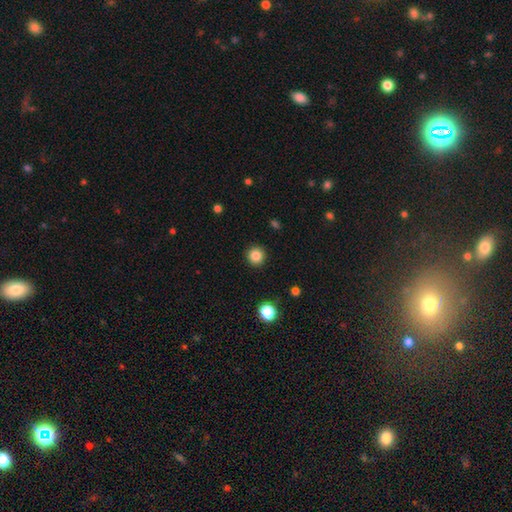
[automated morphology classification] smooth 85%, star or artifact 11%, featured or disk 4%. Down the decision tree: how rounded — round (94%); merging — none (92%).